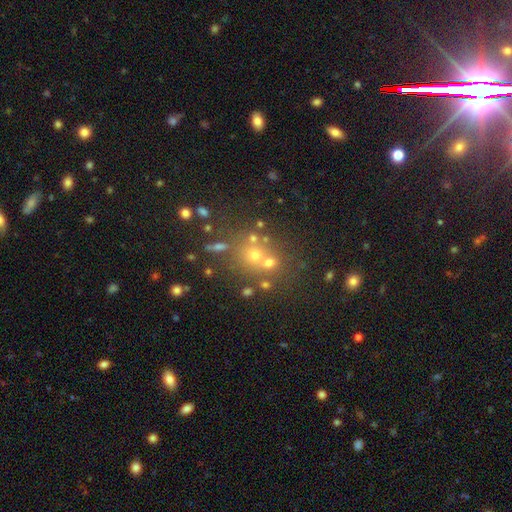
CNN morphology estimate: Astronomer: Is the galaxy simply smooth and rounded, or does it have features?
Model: smooth — 52% (runner-up: star or artifact, 30%).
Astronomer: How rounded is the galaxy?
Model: round — 80%.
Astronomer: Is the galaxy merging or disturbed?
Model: none — 56%.